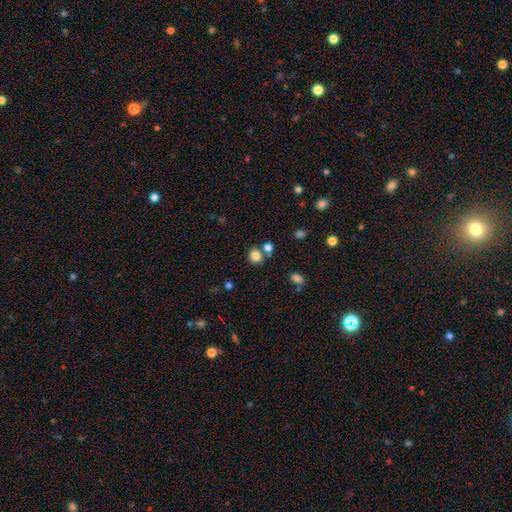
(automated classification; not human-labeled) A smooth galaxy with no disk features (82%) that is round (78%).

Vote fractions:
- Smooth or featured? smooth: 82% / star or artifact: 12% / featured or disk: 5%
- How rounded? round: 78% / in between: 21% / cigar-shaped: 1%
- Merging? none: 69% / merger: 18% / minor disturbance: 9% / major disturbance: 4%